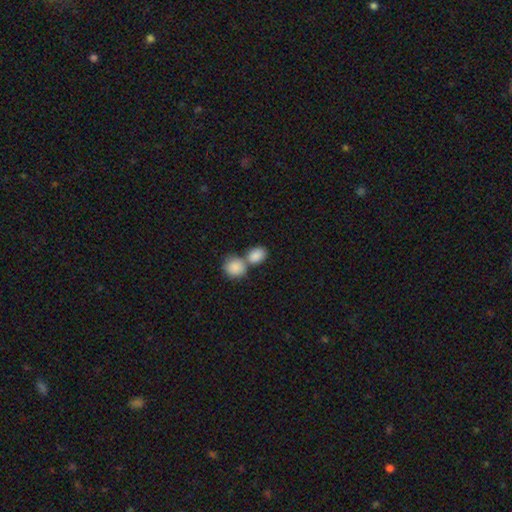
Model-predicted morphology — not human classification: A smooth galaxy with no disk features (87%) that is in between round and cigar-shaped (59%). Merging: merger (55%).